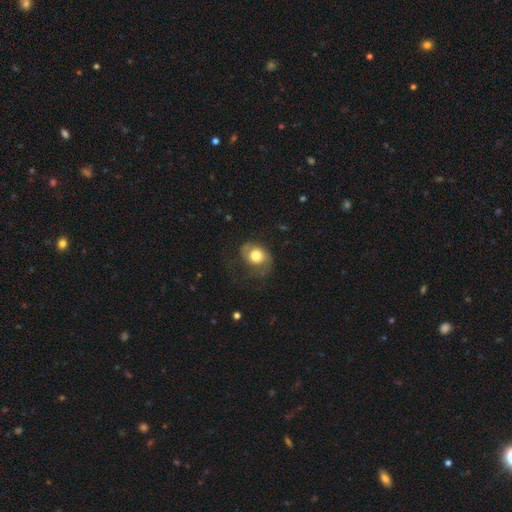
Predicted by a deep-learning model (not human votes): Q: Smooth or featured?
A: smooth (61%); runner-up: featured or disk (32%)
Q: How rounded?
A: round (52%); runner-up: in between (47%)
Q: Merging?
A: none (44%); runner-up: major disturbance (29%)